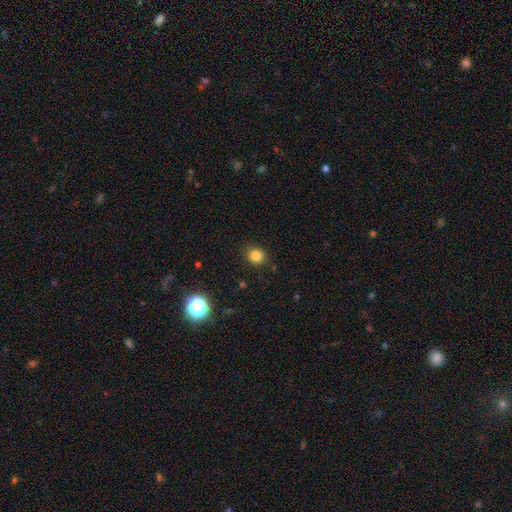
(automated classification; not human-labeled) The model was most divided on "how rounded": round: 78%, in between: 21%, cigar-shaped: 1%. More confident: merging — none (88%); smooth or featured — smooth (82%).